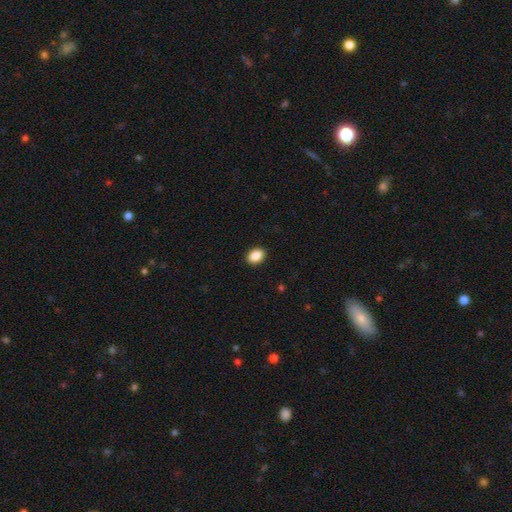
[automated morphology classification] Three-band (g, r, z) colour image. It shows a smooth galaxy with no disk features (88%) that is in between round and cigar-shaped (77%). Merging: none (91%).